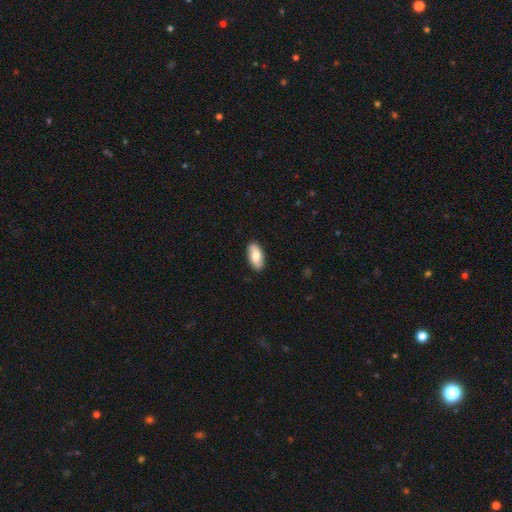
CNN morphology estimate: Smooth or featured?
  - smooth: 68% *
  - featured or disk: 26%
  - star or artifact: 6%
How rounded?
  - in between: 91% *
  - cigar-shaped: 6%
  - round: 3%
Merging?
  - none: 88% *
  - minor disturbance: 9%
  - major disturbance: 2%
  - merger: 1%